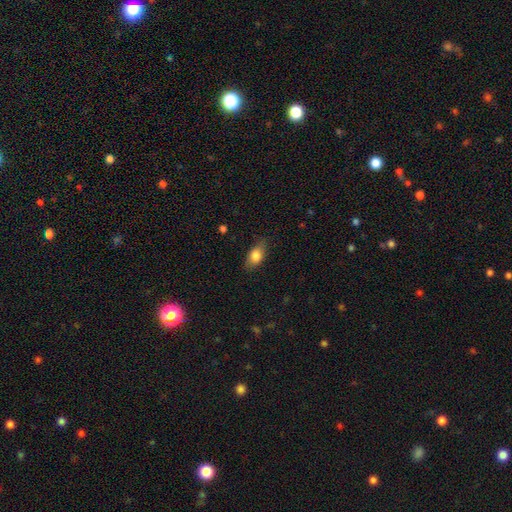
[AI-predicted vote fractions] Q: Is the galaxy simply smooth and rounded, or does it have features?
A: smooth — 80%.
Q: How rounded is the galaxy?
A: in between — 84%.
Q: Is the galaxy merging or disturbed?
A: none — 79%.